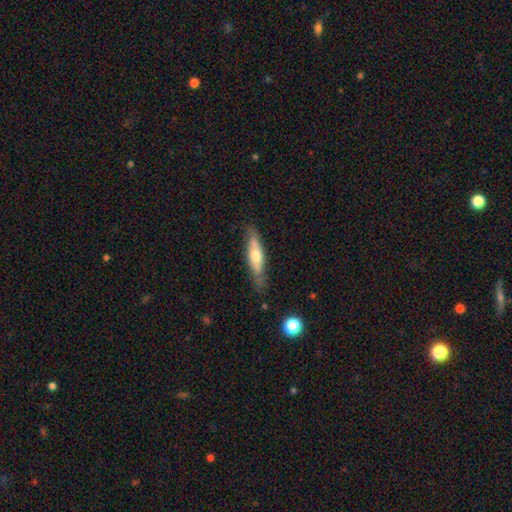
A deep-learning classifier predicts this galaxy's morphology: type=smooth (51%); roundness=cigar-shaped (66%); merging=none (76%).